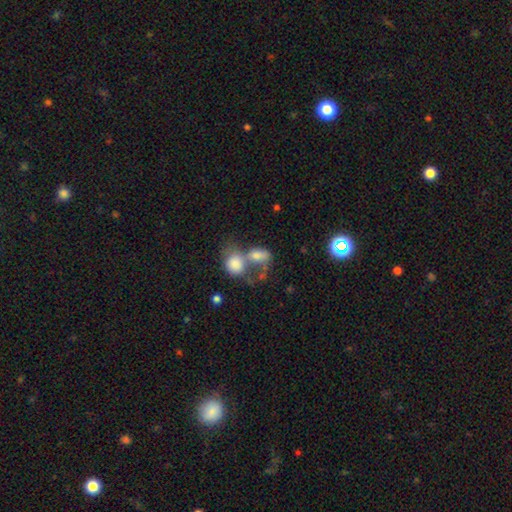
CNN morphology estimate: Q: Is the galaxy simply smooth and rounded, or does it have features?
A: smooth — 74%.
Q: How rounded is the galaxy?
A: in between — 75%.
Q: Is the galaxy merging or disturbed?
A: merger — 65%.